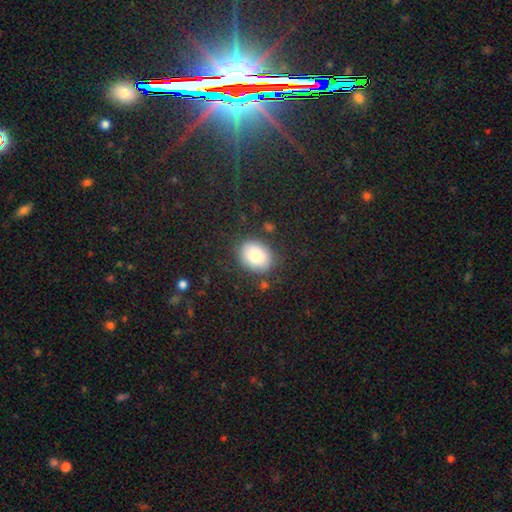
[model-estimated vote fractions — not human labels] Overall: smooth (81%). How rounded: in between (54%; round 45%). Merging: none (82%).